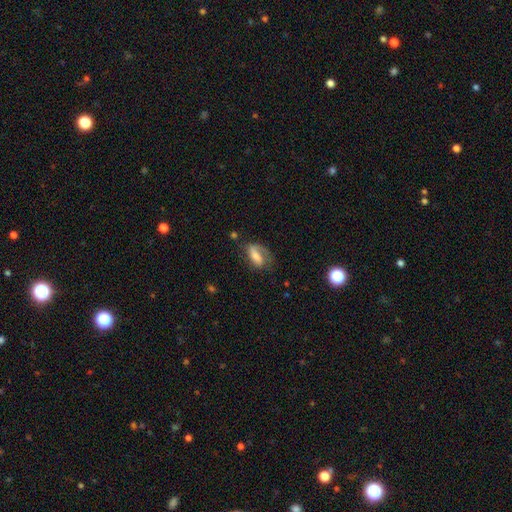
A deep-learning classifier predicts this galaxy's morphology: This is possibly a smooth galaxy (51%). How rounded: clearly in between (83%). Merging: possibly none (48%).